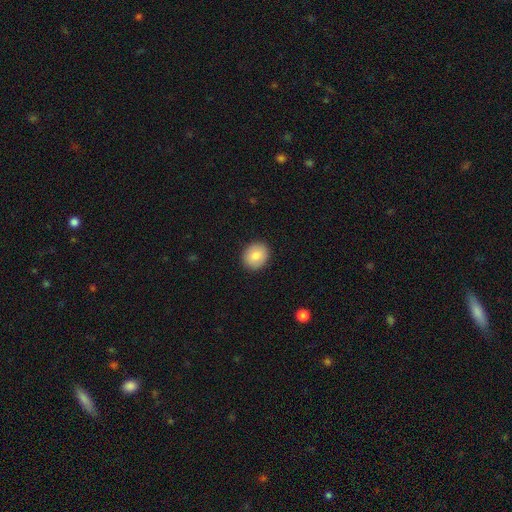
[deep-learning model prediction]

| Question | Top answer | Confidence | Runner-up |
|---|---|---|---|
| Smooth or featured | smooth | 83% | featured or disk (10%) |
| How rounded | round | 69% | in between (30%) |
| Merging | none | 91% | minor disturbance (6%) |